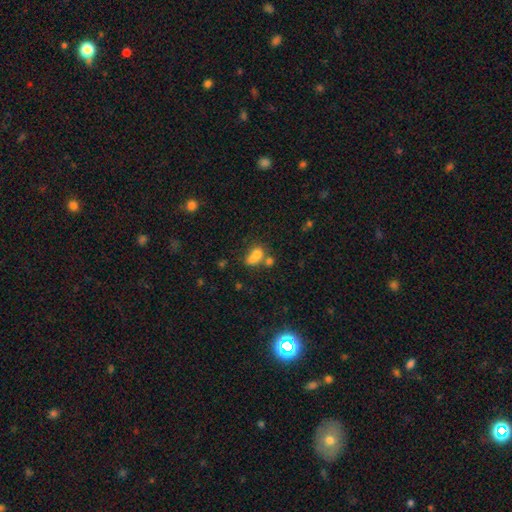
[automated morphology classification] Smooth or featured? Predicted: smooth (p=0.70). How rounded? Predicted: in between (p=0.62). Merging? Predicted: merger (p=0.60).